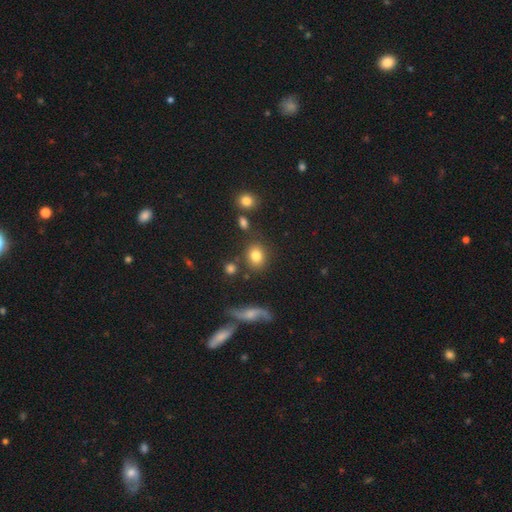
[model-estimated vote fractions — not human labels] Overall: smooth (80%). How rounded: round (57%; in between 41%). Merging: none (78%).